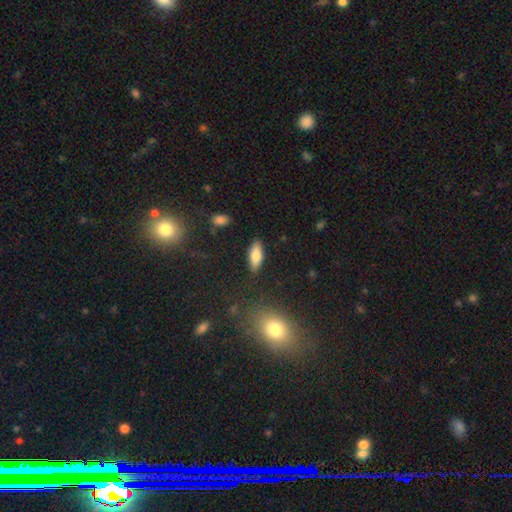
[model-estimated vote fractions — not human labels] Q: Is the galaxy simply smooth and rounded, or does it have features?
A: smooth — 79%.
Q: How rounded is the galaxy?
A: in between — 77%.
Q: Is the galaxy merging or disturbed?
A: none — 86%.